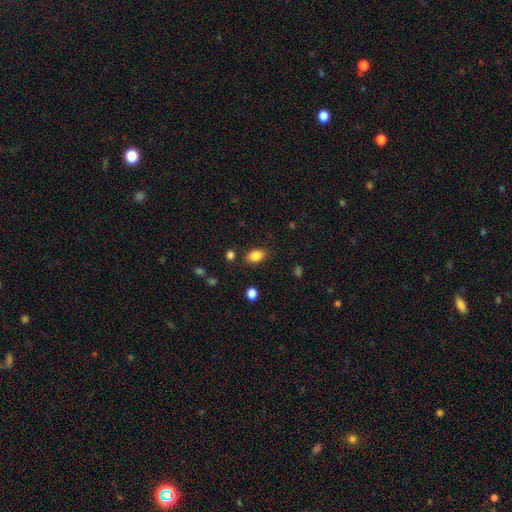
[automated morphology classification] This is clearly a smooth galaxy (85%). How rounded: clearly in between (86%). Merging: clearly none (83%).